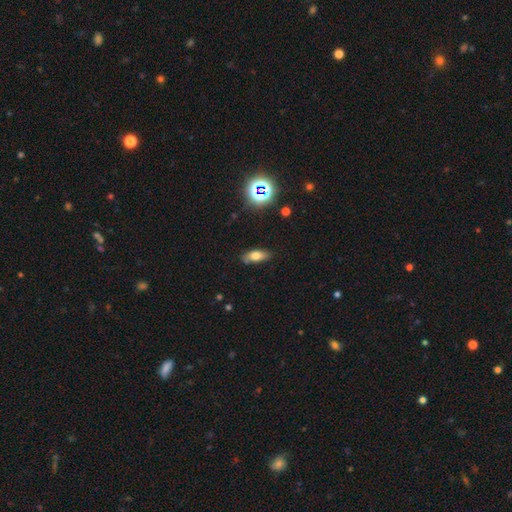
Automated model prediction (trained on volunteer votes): Overall: smooth (70%). How rounded: in between (78%). Merging: none (79%).